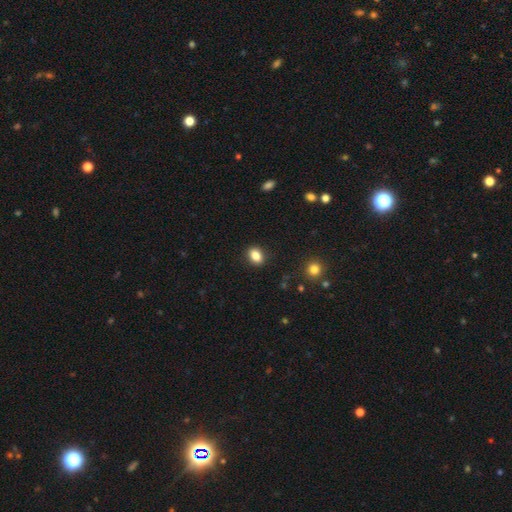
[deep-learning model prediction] smooth_or_featured: smooth (p=0.85) [alt: star or artifact p=0.09]
how_rounded: in between (p=0.68) [alt: round p=0.30]
merging: none (p=0.89) [alt: minor disturbance p=0.08]